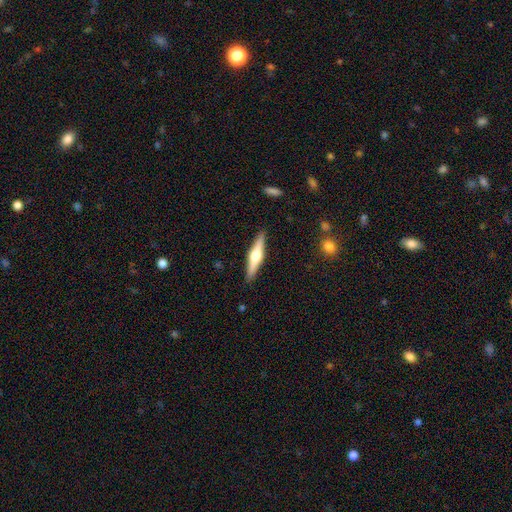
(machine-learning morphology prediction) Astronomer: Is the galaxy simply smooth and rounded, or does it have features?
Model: featured or disk — 63%.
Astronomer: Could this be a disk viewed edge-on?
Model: yes — 97%.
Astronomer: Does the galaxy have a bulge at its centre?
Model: rounded — 92%.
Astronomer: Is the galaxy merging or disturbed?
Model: none — 90%.